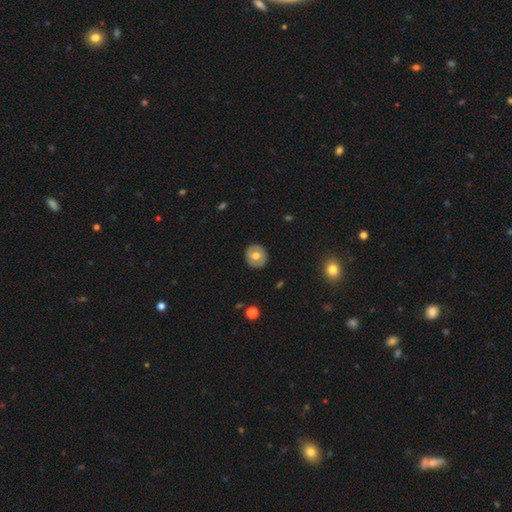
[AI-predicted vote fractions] Overall: smooth (60%; featured or disk 33%). How rounded: round (84%). Merging: none (88%).